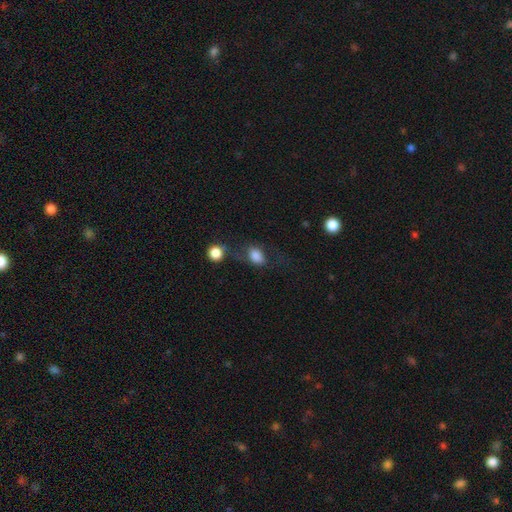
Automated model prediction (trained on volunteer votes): Smooth or featured?
  - smooth: 80% *
  - featured or disk: 10%
  - star or artifact: 9%
How rounded?
  - in between: 77% *
  - round: 22%
  - cigar-shaped: 2%
Merging?
  - none: 47% *
  - minor disturbance: 22%
  - major disturbance: 21%
  - merger: 10%